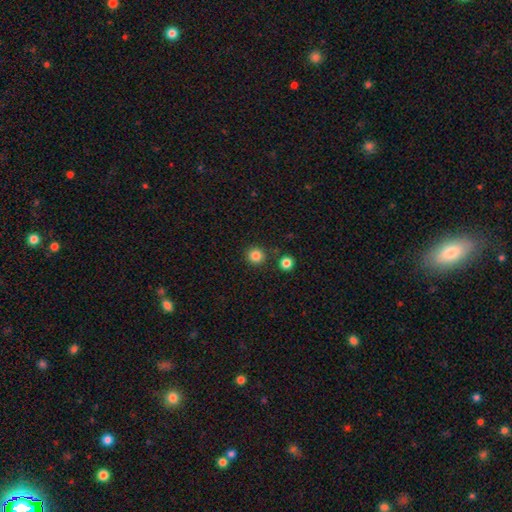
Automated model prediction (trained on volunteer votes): Morphology: type=smooth (84%); roundness=round (94%); merging=none (88%).